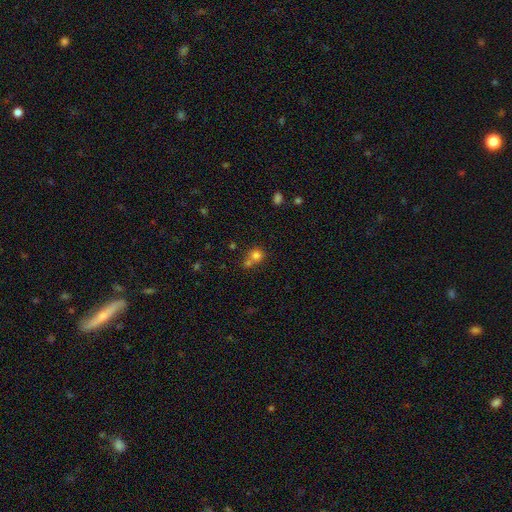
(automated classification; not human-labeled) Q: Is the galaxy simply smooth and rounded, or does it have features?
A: smooth — 76%.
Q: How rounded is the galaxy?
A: round — 84%.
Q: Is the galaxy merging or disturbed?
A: none — 46%.